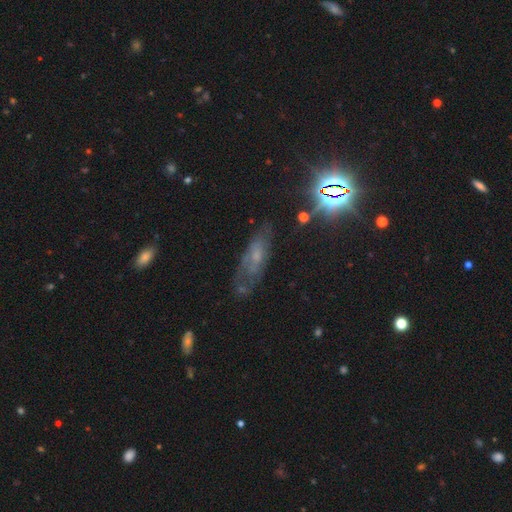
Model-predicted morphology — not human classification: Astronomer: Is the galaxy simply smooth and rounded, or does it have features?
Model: featured or disk — 47% (runner-up: smooth, 29%).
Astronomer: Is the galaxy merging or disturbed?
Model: none — 58%.